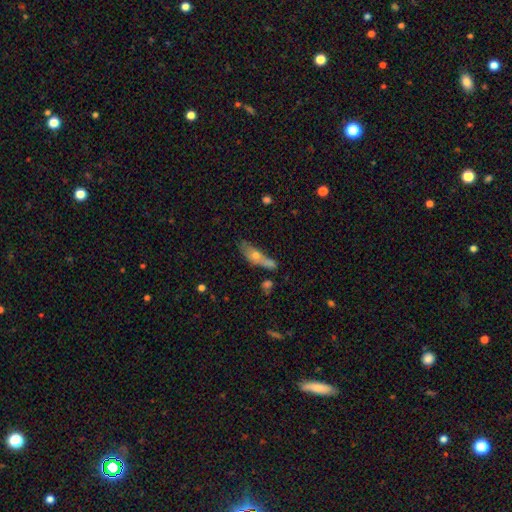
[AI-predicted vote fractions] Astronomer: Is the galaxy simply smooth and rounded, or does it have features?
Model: smooth — 60%.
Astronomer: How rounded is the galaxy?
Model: in between — 52% (runner-up: cigar-shaped, 43%).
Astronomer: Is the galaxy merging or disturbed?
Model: none — 37% (runner-up: merger, 28%).